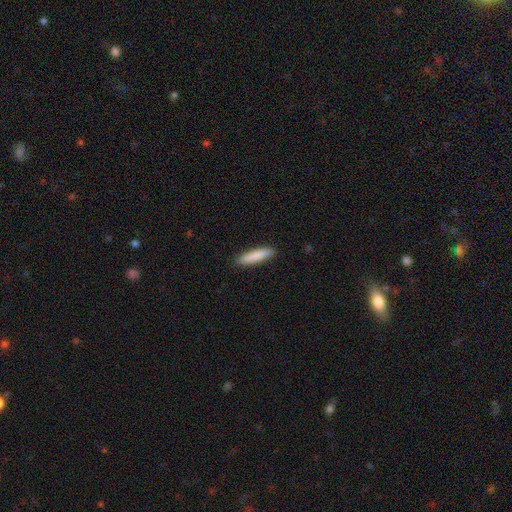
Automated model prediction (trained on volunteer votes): A smooth galaxy with no disk features (85%) that is cigar-shaped (83%). Merging: none (90%).